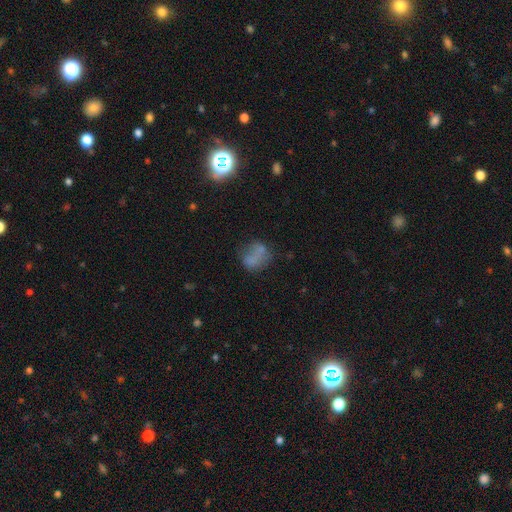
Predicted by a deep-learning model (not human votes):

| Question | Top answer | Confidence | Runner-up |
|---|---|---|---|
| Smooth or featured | smooth | 59% | featured or disk (23%) |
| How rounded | round | 49% | in between (48%) |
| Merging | none | 41% | merger (23%) |